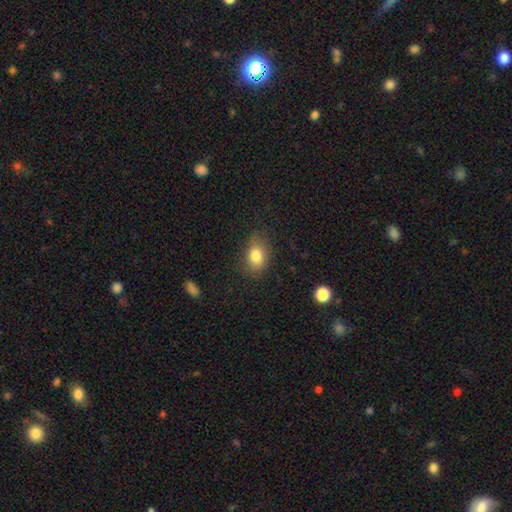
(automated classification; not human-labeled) Morphology: type=smooth (81%); roundness=in between (71%); merging=none (76%).